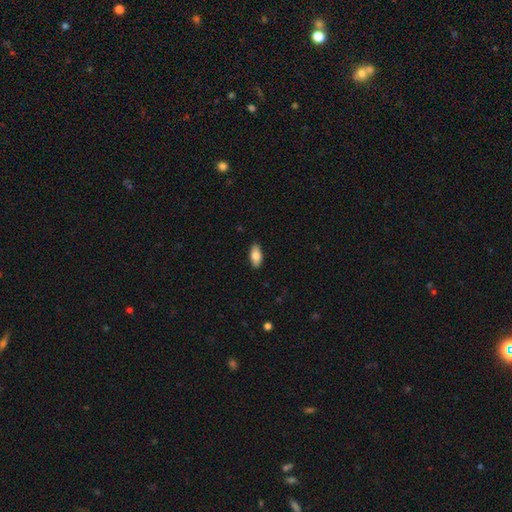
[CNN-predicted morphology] The model was most divided on "smooth or featured": smooth: 83%, featured or disk: 10%, star or artifact: 6%. More confident: how rounded — in between (90%); merging — none (89%).